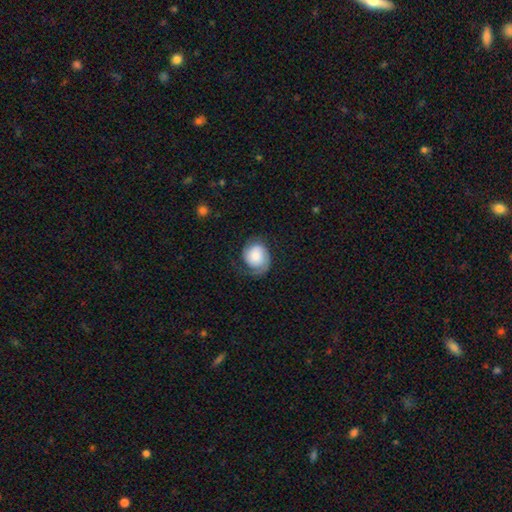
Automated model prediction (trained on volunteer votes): This is possibly a featured or disk galaxy (52%). It is clearly not viewed edge-on (97%). Bar: likely no (76%). Spiral arm pattern: clearly yes (91%). Central bulge: marginally moderate (32%). Merging: possibly none (54%).